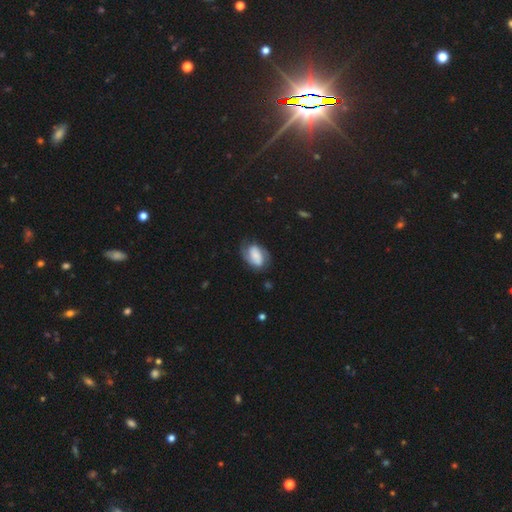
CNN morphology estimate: smooth-or-featured: featured or disk: 55% | smooth: 37% | star or artifact: 8%
  disk-edge-on: no: 97% | yes: 3%
    bar: no: 44% | weak: 35% | strong: 20%
    has-spiral-arms: yes: 87% | no: 13%
    bulge-size: small: 27% | none: 23% | large: 23% | moderate: 20% | dominant: 8%
  merging: none: 62% | minor disturbance: 24% | major disturbance: 12% | merger: 2%